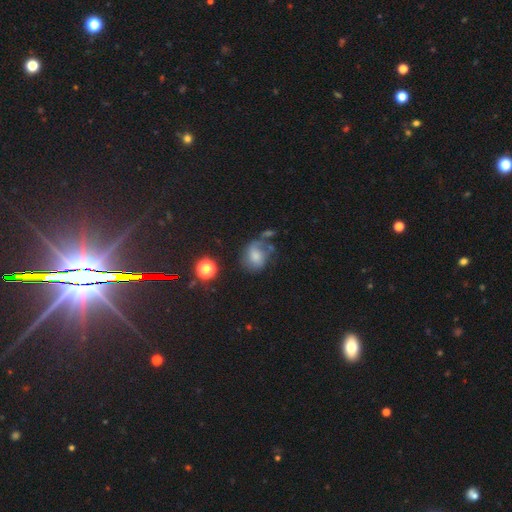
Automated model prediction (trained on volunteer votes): Overall: smooth (59%; featured or disk 27%). How rounded: round (51%; in between 48%). Merging: none (42%; minor disturbance 26%).